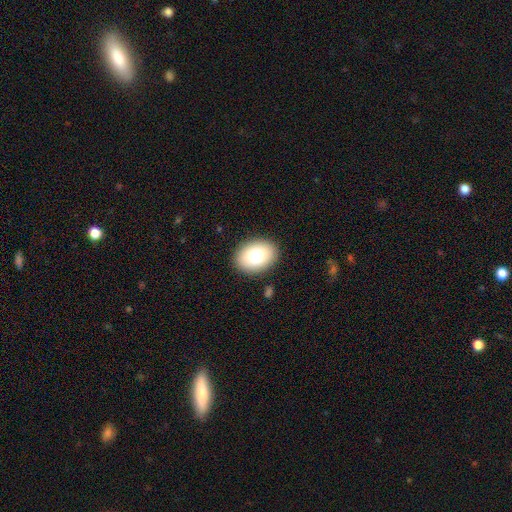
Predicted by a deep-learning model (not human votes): This is clearly a smooth galaxy (80%). How rounded: likely in between (76%). Merging: clearly none (89%).